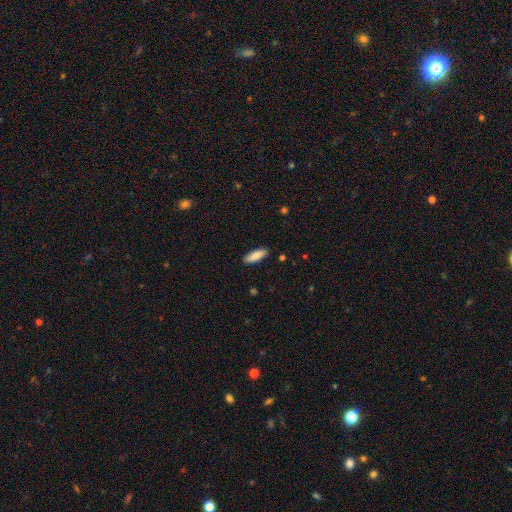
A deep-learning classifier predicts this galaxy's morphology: smooth_or_featured: smooth (p=0.86) [alt: featured or disk p=0.08]
how_rounded: in between (p=0.58) [alt: cigar-shaped p=0.41]
merging: none (p=0.89) [alt: minor disturbance p=0.08]